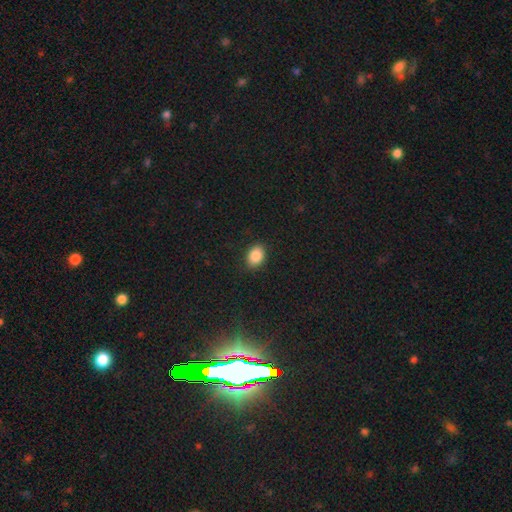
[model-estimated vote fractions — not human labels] smooth 87%, star or artifact 9%, featured or disk 4%. Down the decision tree: how rounded — in between (70%); merging — none (87%).